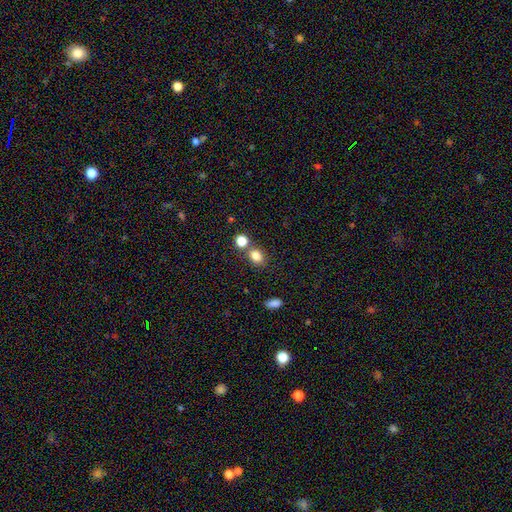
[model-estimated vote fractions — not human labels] A smooth galaxy with no disk features (82%) that is round (56%).

Vote fractions:
- Smooth or featured? smooth: 82% / star or artifact: 12% / featured or disk: 6%
- How rounded? round: 56% / in between: 43% / cigar-shaped: 1%
- Merging? none: 64% / merger: 23% / minor disturbance: 10% / major disturbance: 3%